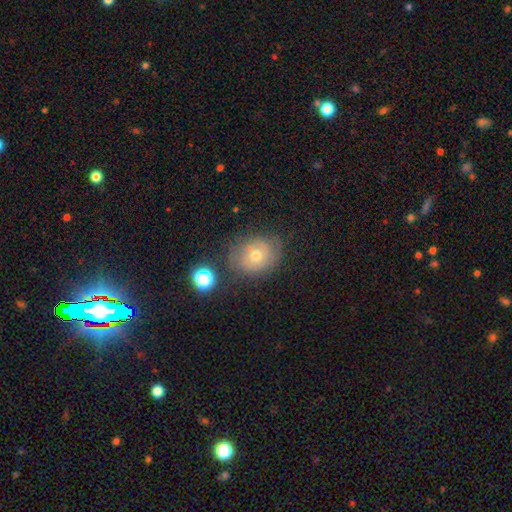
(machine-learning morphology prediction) Smooth or featured? featured or disk (45%)
Merging? none (68%)